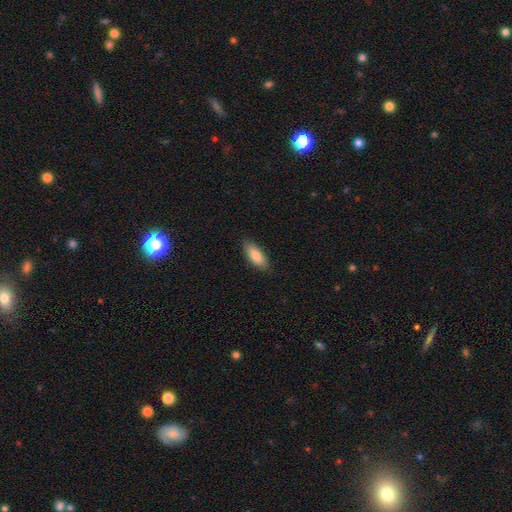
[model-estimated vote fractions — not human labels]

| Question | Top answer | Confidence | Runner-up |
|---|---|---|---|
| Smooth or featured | smooth | 87% | featured or disk (7%) |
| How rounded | in between | 77% | cigar-shaped (21%) |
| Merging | none | 86% | minor disturbance (11%) |